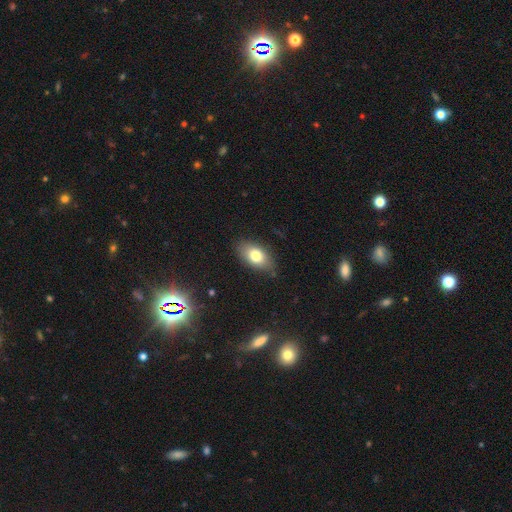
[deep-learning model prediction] This is likely a smooth galaxy (77%). How rounded: clearly in between (91%). Merging: clearly none (81%).